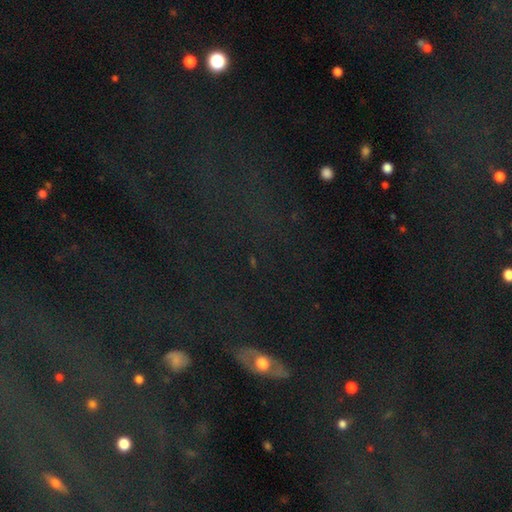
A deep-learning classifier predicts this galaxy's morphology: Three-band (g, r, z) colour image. It shows a star or artifact, not a galaxy (63%).